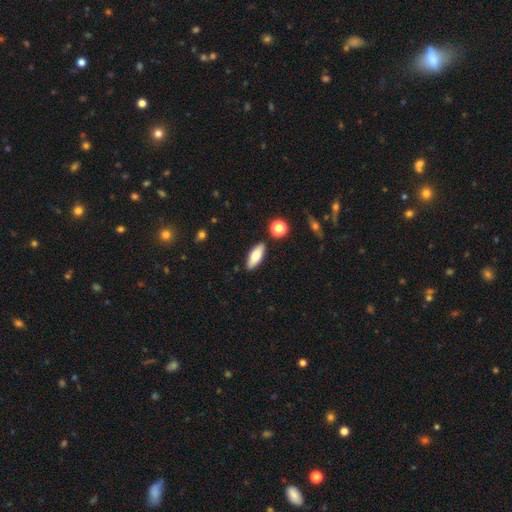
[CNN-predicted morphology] Smooth or featured? smooth (72%)
How rounded? in between (73%)
Merging? none (86%)